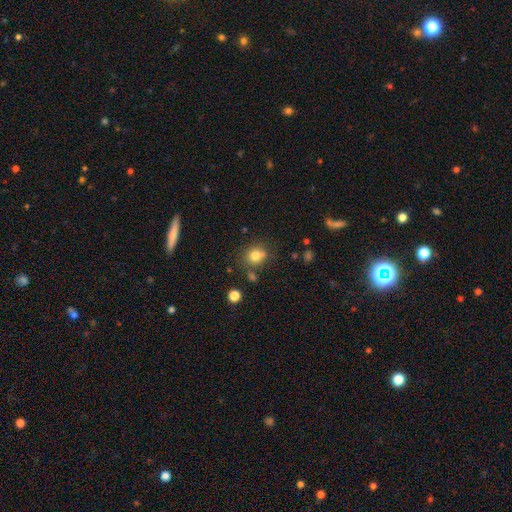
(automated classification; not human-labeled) A smooth galaxy with no disk features (79%) that is round (77%).

Vote fractions:
- Smooth or featured? smooth: 79% / star or artifact: 13% / featured or disk: 8%
- How rounded? round: 77% / in between: 22% / cigar-shaped: 1%
- Merging? none: 69% / minor disturbance: 15% / merger: 11% / major disturbance: 5%